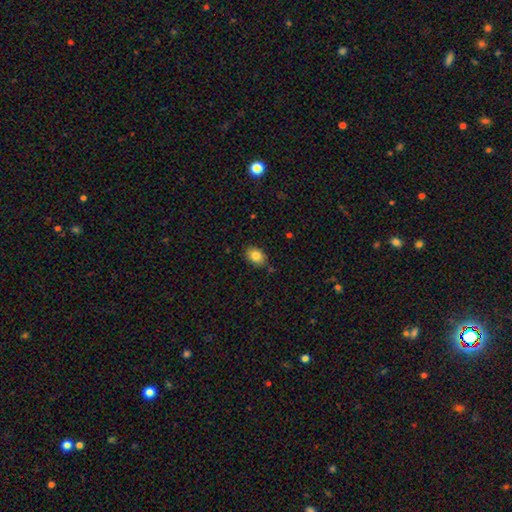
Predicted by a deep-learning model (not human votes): This is clearly a smooth galaxy (84%). How rounded: likely in between (75%). Merging: clearly none (82%).